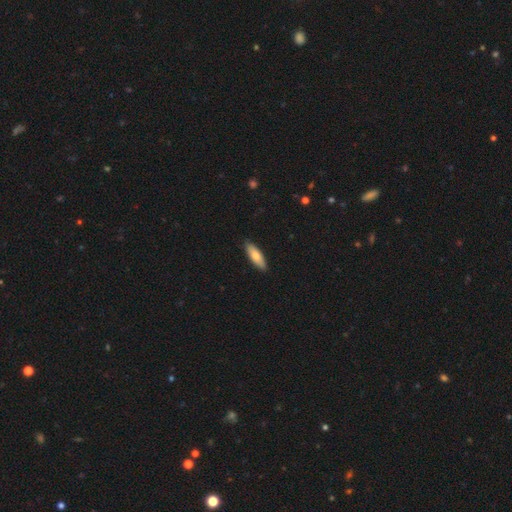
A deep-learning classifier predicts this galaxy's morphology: Q: Smooth or featured?
A: smooth (75%); runner-up: featured or disk (20%)
Q: How rounded?
A: in between (55%); runner-up: cigar-shaped (43%)
Q: Merging?
A: none (89%); runner-up: minor disturbance (8%)